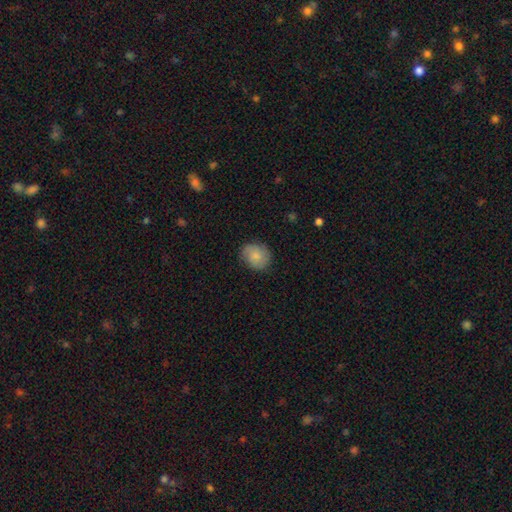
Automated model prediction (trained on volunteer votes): Q: Smooth or featured?
A: smooth (78%); runner-up: featured or disk (16%)
Q: How rounded?
A: round (61%); runner-up: in between (38%)
Q: Merging?
A: none (78%); runner-up: minor disturbance (18%)